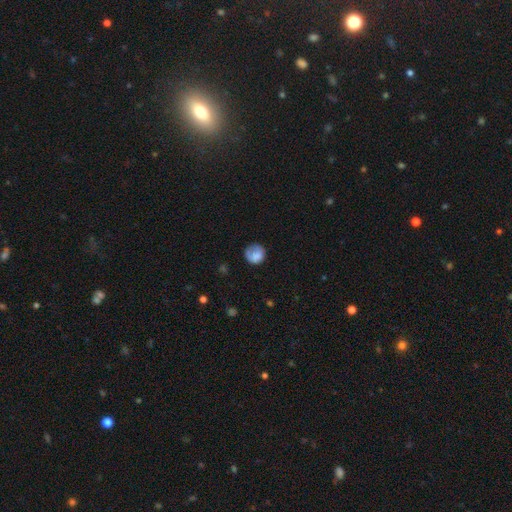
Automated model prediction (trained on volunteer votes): smooth 79%, featured or disk 13%, star or artifact 8%. Down the decision tree: how rounded — round (84%); merging — none (58%).